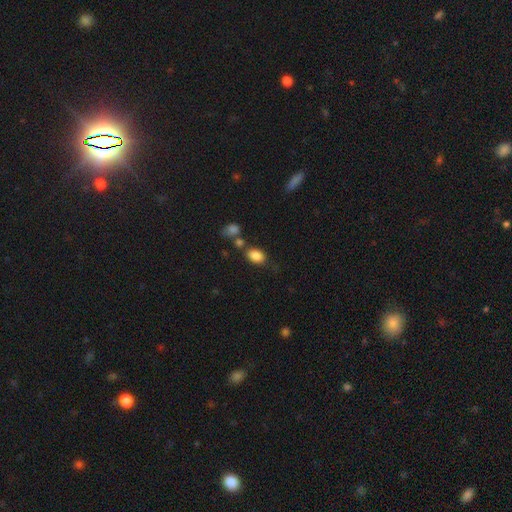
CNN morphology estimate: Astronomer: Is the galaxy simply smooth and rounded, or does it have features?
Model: smooth — 86%.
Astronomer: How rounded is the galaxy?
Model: in between — 83%.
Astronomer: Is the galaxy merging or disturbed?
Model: none — 66%.